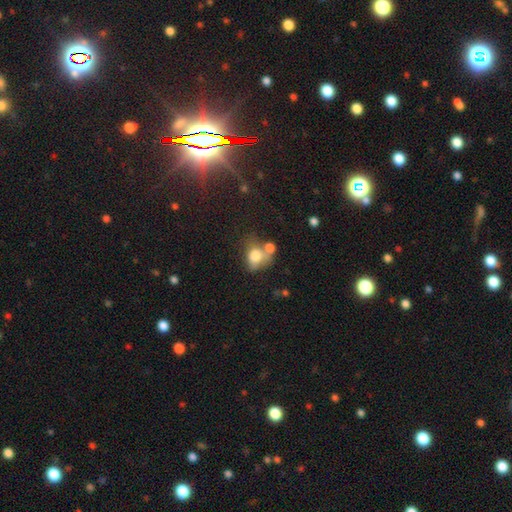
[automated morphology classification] type=smooth (74%); roundness=in between (54%); merging=merger (40%).